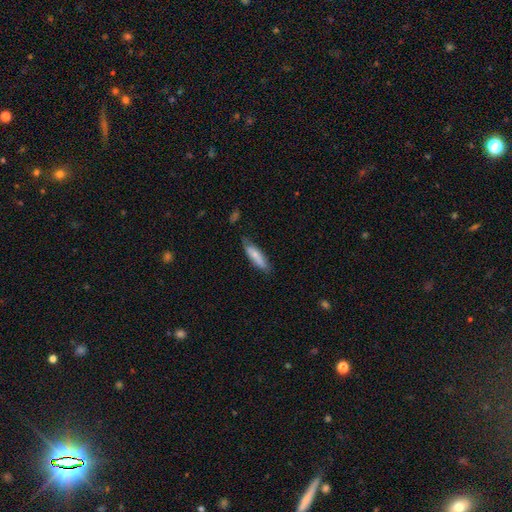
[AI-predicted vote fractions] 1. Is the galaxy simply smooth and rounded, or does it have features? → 72% smooth, 23% featured or disk, 6% star or artifact.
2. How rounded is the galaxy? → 63% cigar-shaped, 36% in between, 2% round.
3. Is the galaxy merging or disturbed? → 70% none, 23% minor disturbance, 4% major disturbance, 2% merger.